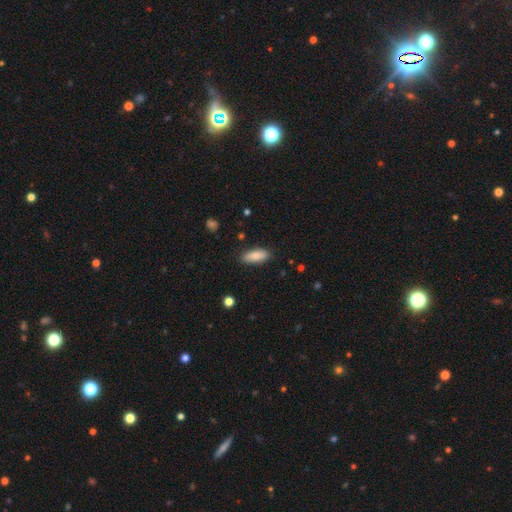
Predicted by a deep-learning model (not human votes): smooth-or-featured: smooth: 83% | featured or disk: 11% | star or artifact: 7%
  how-rounded: in between: 75% | cigar-shaped: 23% | round: 2%
  merging: none: 87% | minor disturbance: 10% | major disturbance: 2% | merger: 1%